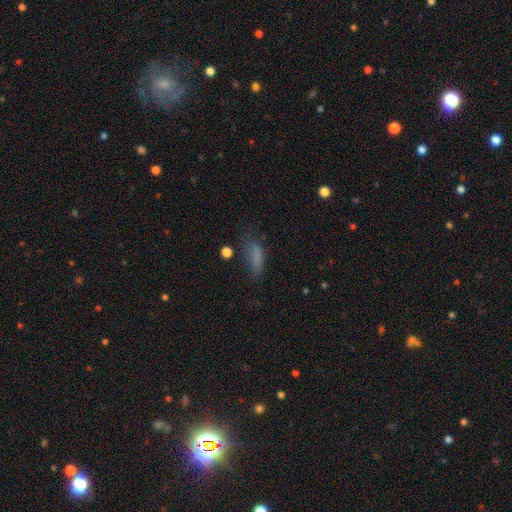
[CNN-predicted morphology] Smooth or featured: smooth — 75% (star or artifact — 13%)
How rounded: in between — 64% (cigar-shaped — 32%)
Merging: none — 54% (minor disturbance — 26%)